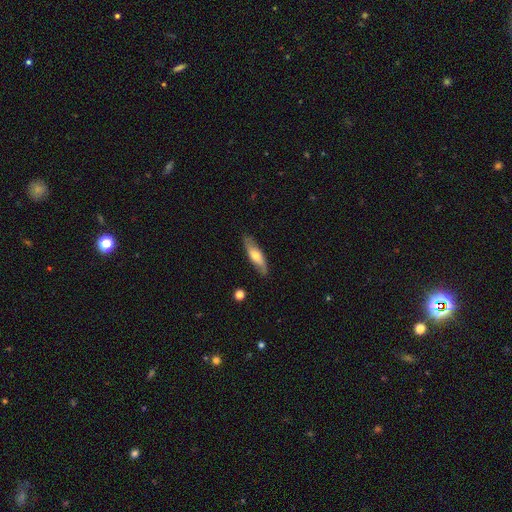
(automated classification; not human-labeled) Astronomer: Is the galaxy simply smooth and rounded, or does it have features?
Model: smooth — 54% (runner-up: featured or disk, 40%).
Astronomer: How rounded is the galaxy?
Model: cigar-shaped — 60% (runner-up: in between, 38%).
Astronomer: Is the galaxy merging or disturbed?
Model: none — 84%.